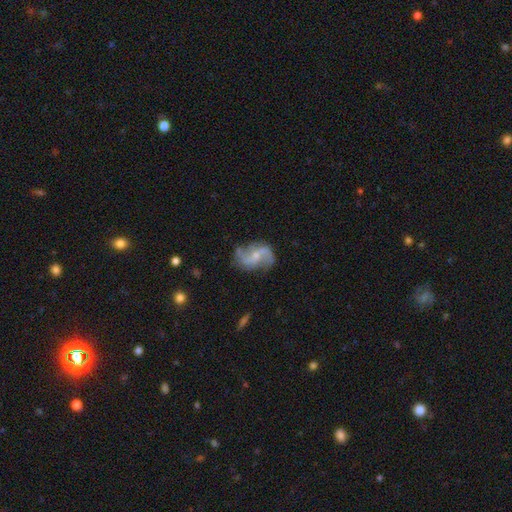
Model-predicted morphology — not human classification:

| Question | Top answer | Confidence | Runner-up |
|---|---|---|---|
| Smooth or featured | featured or disk | 85% | smooth (9%) |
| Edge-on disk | no | 97% | yes (3%) |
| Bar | no | 45% | weak (42%) |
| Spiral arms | yes | 96% | no (4%) |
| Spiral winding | loose | 68% | medium (26%) |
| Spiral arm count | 2 | 89% | can't tell (3%) |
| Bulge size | small | 60% | moderate (31%) |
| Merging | none | 71% | minor disturbance (19%) |